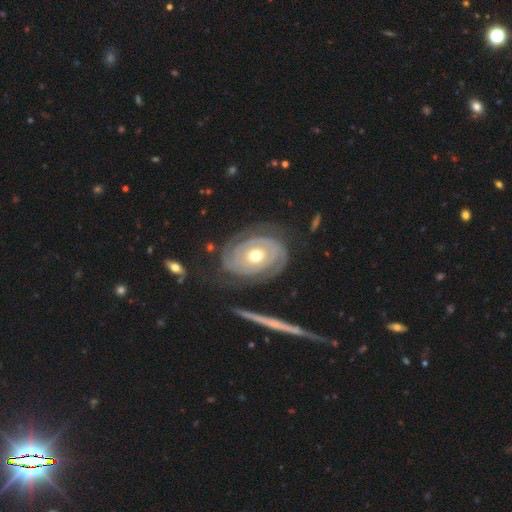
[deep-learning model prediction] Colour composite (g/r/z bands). It shows a featured or disk galaxy (87%) with no bar (77%), 2 (65%) tight (78%) spiral arms (92%) and a moderate central bulge (75%). Merging: none (72%).